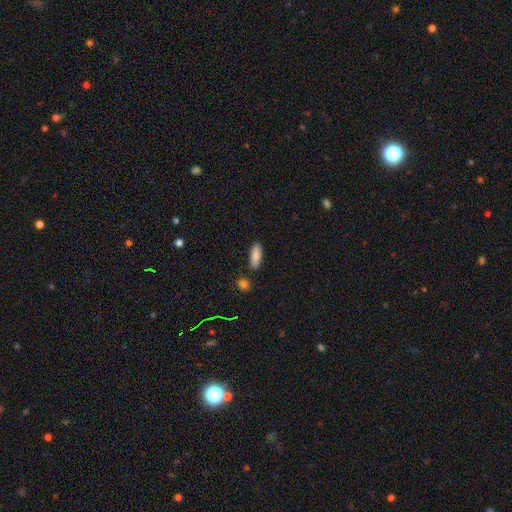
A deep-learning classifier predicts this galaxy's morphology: The model was most divided on "how rounded": in between: 63%, cigar-shaped: 35%, round: 2%. More confident: merging — none (85%); smooth or featured — smooth (84%).